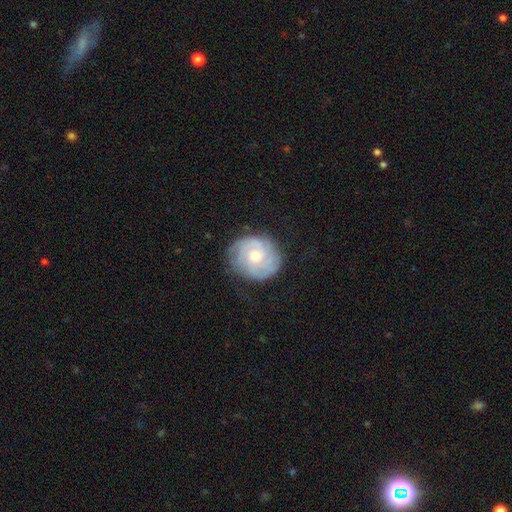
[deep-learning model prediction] Morphology: type=featured or disk (63%); edge-on=no (97%); bar=no (76%); spiral arms=yes (85%); winding=tight (59%); arm count=can't tell (42%); bulge=moderate (56%); merging=none (75%).